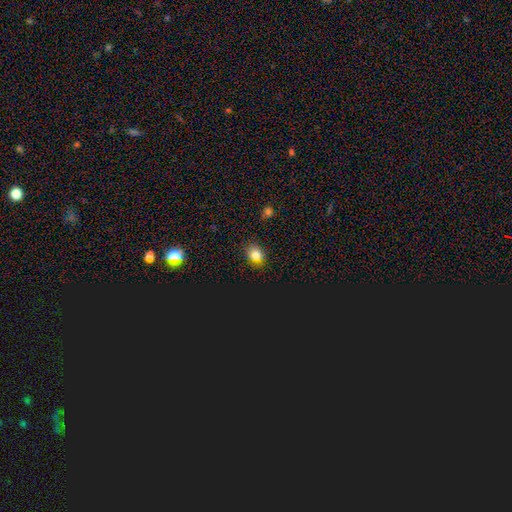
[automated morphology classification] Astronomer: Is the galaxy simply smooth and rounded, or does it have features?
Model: smooth — 77%.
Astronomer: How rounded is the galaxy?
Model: round — 54% (runner-up: in between, 45%).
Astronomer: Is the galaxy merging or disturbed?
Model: none — 86%.